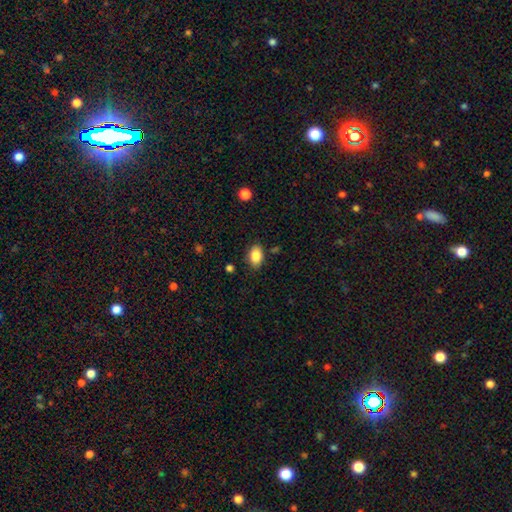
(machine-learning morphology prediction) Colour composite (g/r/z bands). It shows a smooth galaxy with no disk features (87%) that is in between round and cigar-shaped (88%). Merging: none (84%).